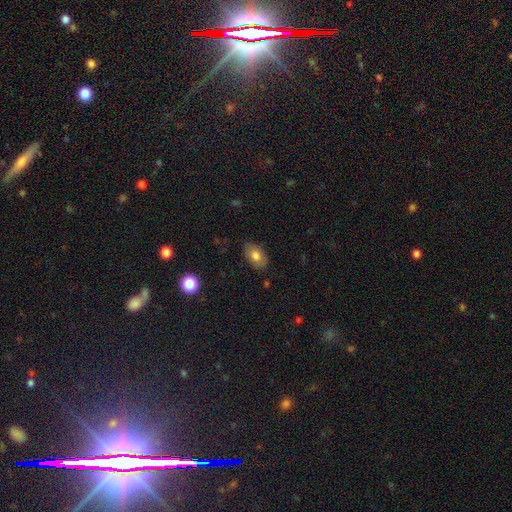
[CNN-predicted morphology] smooth-or-featured: smooth: 78% | featured or disk: 14% | star or artifact: 8%
  how-rounded: in between: 90% | round: 9% | cigar-shaped: 1%
  merging: none: 85% | minor disturbance: 12% | major disturbance: 2% | merger: 1%